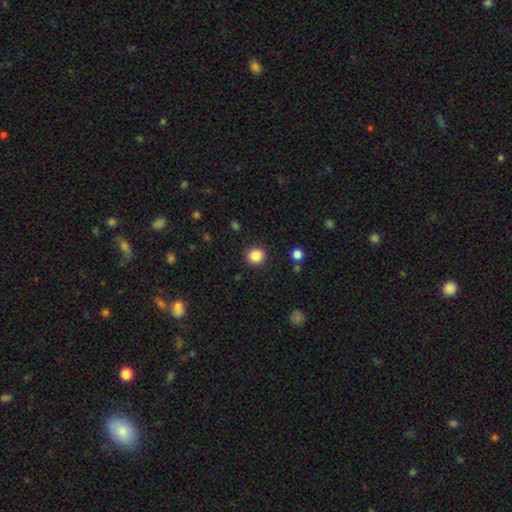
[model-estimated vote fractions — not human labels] This appears to be a smooth galaxy with no disk features (86%) that is round (92%). Merging: none (91%).